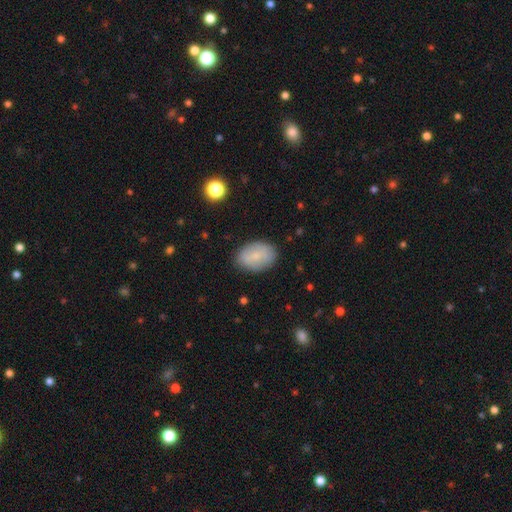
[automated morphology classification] Smooth or featured? Predicted: smooth (p=0.69). How rounded? Predicted: in between (p=0.83). Merging? Predicted: none (p=0.82).